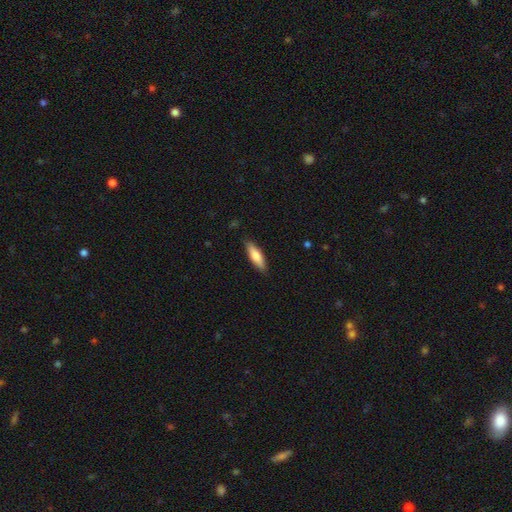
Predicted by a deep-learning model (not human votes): Smooth or featured?
  - smooth: 75% *
  - featured or disk: 20%
  - star or artifact: 5%
How rounded?
  - cigar-shaped: 55% *
  - in between: 43%
  - round: 2%
Merging?
  - none: 87% *
  - minor disturbance: 10%
  - major disturbance: 2%
  - merger: 1%